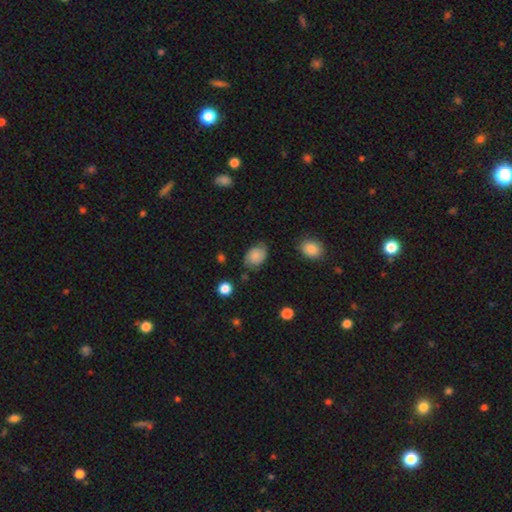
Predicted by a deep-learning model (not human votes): Smooth or featured? Predicted: smooth (p=0.60). How rounded? Predicted: in between (p=0.73). Merging? Predicted: none (p=0.68).